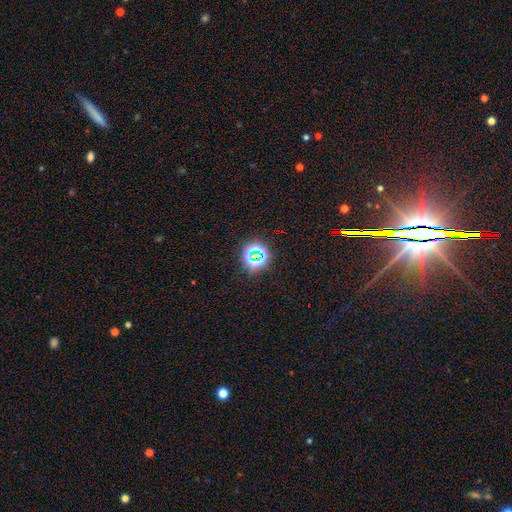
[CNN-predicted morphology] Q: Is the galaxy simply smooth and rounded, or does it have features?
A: star or artifact — 68%.